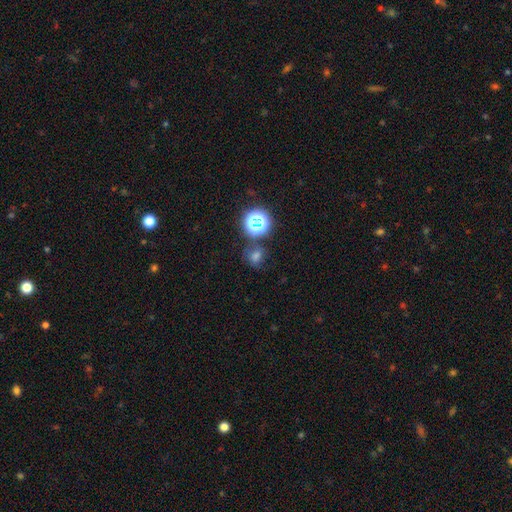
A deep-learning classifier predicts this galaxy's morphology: The model was most divided on "smooth or featured": smooth: 57%, star or artifact: 34%, featured or disk: 10%. More confident: merging — none (67%); how rounded — round (64%).